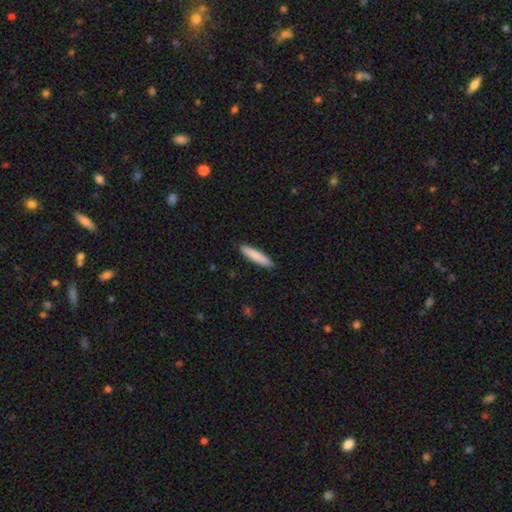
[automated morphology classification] A smooth galaxy with no disk features (85%) that is cigar-shaped (88%).

Vote fractions:
- Smooth or featured? smooth: 85% / featured or disk: 10% / star or artifact: 5%
- How rounded? cigar-shaped: 88% / in between: 11% / round: 1%
- Merging? none: 91% / minor disturbance: 7% / major disturbance: 1% / merger: 1%